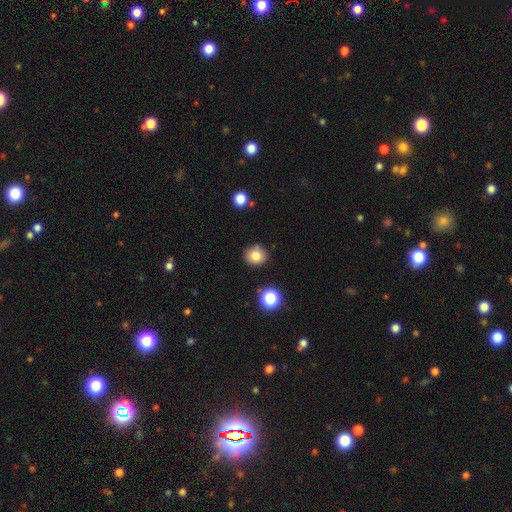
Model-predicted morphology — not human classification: smooth 82%, star or artifact 11%, featured or disk 7%. Down the decision tree: how rounded — round (85%); merging — none (86%).